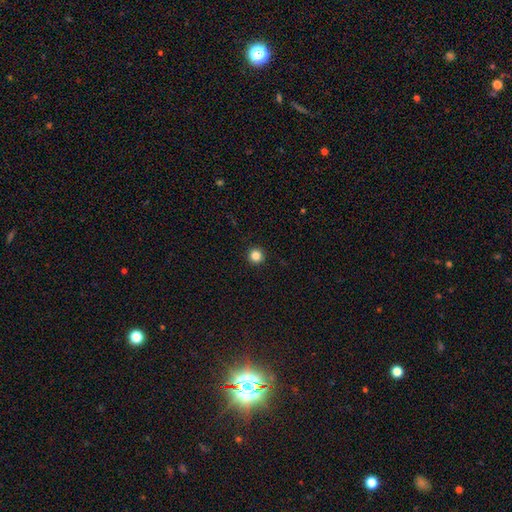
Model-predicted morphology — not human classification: Overall: smooth (85%). How rounded: round (96%). Merging: none (94%).